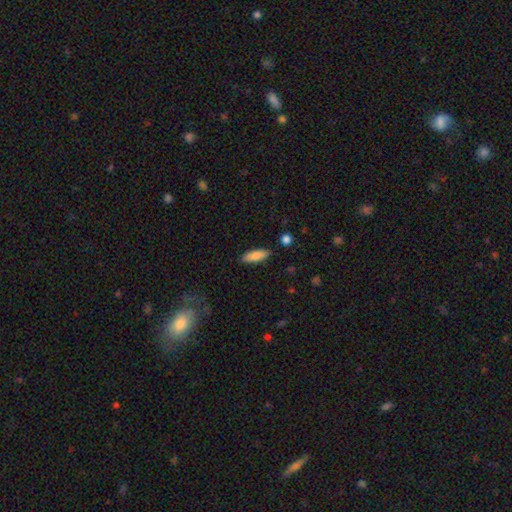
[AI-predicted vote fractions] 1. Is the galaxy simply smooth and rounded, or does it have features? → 85% smooth, 9% featured or disk, 6% star or artifact.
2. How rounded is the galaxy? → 58% in between, 40% cigar-shaped, 2% round.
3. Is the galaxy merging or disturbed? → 87% none, 10% minor disturbance, 2% major disturbance, 2% merger.